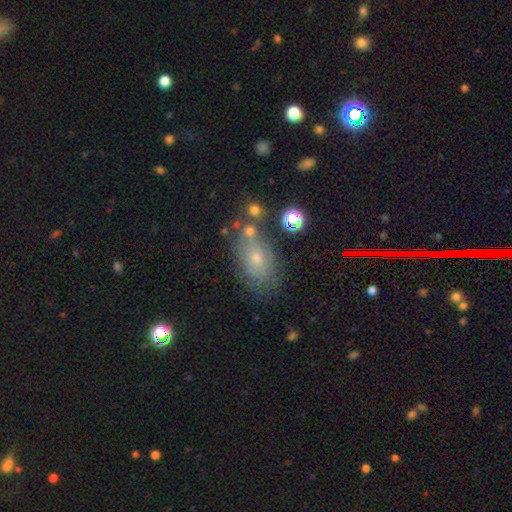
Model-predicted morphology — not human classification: Q: Smooth or featured?
A: smooth (43%); runner-up: featured or disk (42%)
Q: Merging?
A: none (58%); runner-up: minor disturbance (22%)